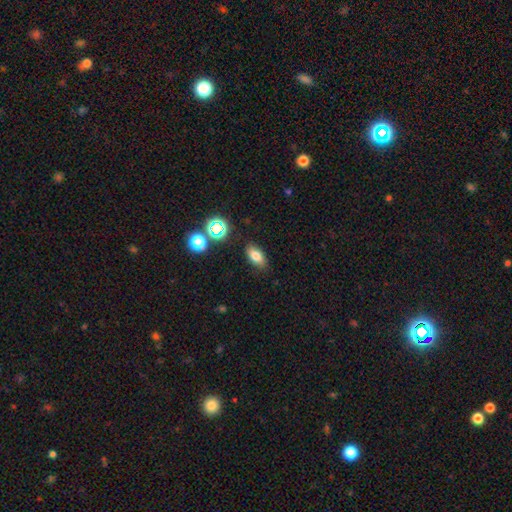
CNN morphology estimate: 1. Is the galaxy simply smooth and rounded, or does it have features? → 75% smooth, 14% star or artifact, 11% featured or disk.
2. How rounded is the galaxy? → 85% in between, 8% round, 7% cigar-shaped.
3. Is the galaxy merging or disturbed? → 85% none, 10% minor disturbance, 3% major disturbance, 2% merger.